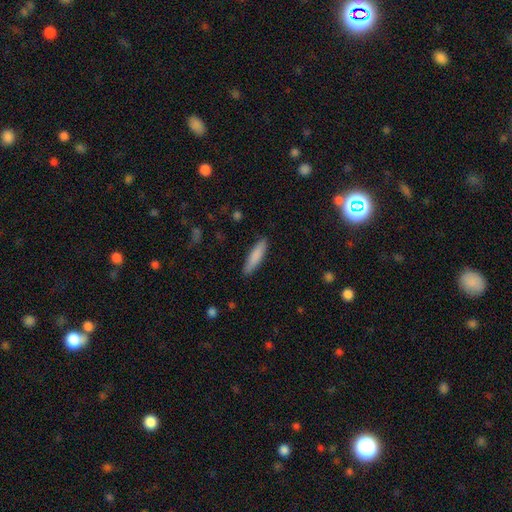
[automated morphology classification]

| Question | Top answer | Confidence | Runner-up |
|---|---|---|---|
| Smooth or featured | smooth | 84% | featured or disk (10%) |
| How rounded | cigar-shaped | 74% | in between (25%) |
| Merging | none | 88% | minor disturbance (9%) |